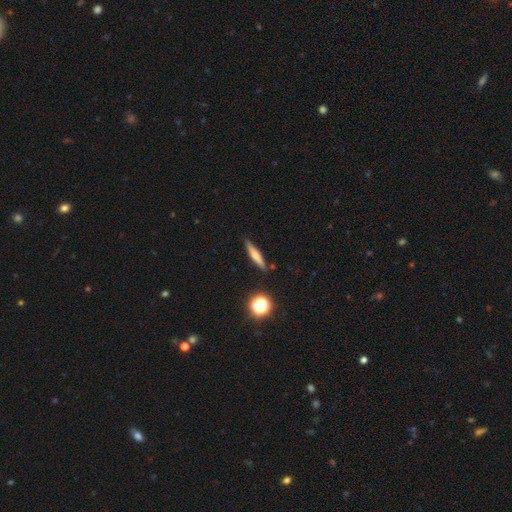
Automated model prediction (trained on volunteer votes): Q: Smooth or featured?
A: smooth (59%); runner-up: featured or disk (31%)
Q: How rounded?
A: cigar-shaped (86%); runner-up: in between (10%)
Q: Merging?
A: none (85%); runner-up: minor disturbance (10%)